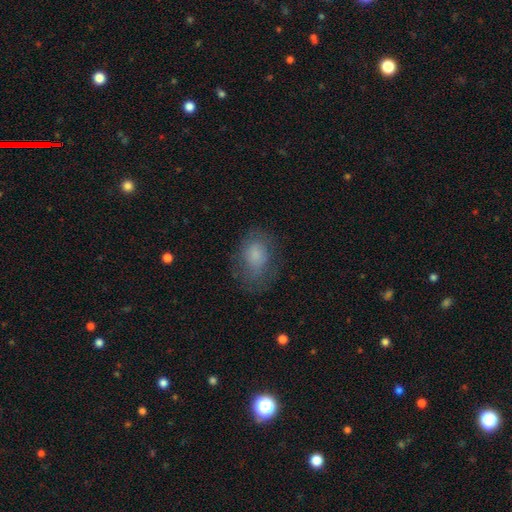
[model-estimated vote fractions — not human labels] Smooth or featured? smooth (73%)
How rounded? in between (68%)
Merging? none (64%)